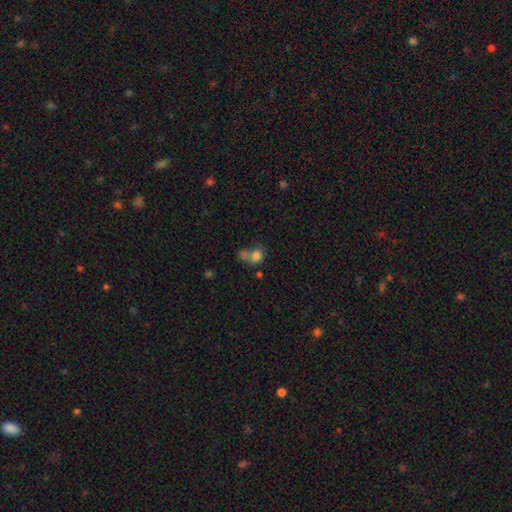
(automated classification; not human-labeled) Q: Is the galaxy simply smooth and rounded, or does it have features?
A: smooth — 78%.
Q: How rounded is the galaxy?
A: round — 66%.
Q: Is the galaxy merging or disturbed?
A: merger — 48%.